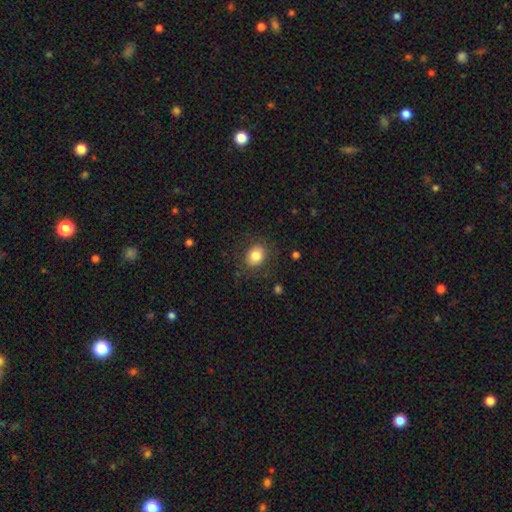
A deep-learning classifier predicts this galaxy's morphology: Q: Smooth or featured?
A: smooth (83%); runner-up: star or artifact (10%)
Q: How rounded?
A: round (53%); runner-up: in between (46%)
Q: Merging?
A: none (83%); runner-up: minor disturbance (11%)